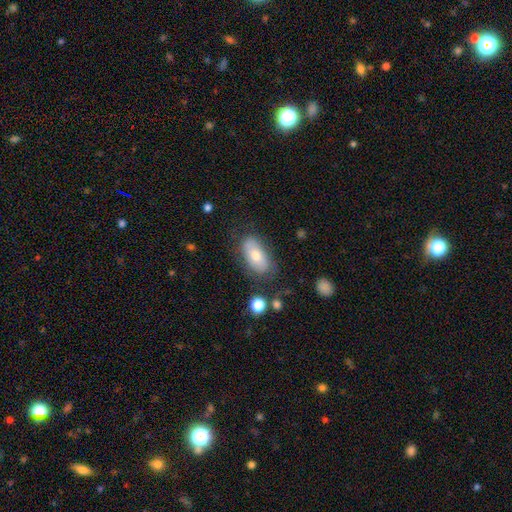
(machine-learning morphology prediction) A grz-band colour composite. It shows a smooth galaxy with no disk features (64%) that is in between round and cigar-shaped (91%). Merging: none (70%).